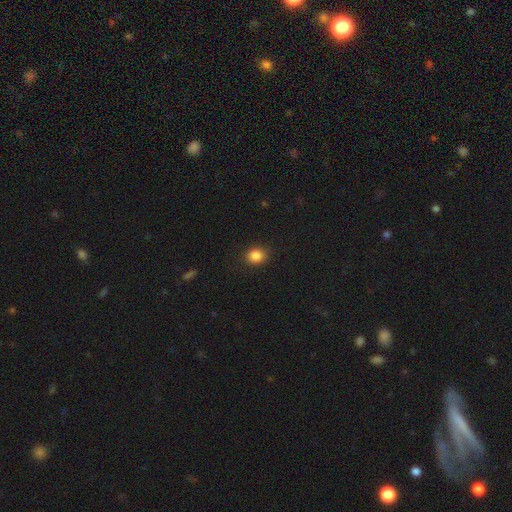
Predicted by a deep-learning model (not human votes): The model was most divided on "how rounded": round: 62%, in between: 37%, cigar-shaped: 1%. More confident: merging — none (89%); smooth or featured — smooth (86%).